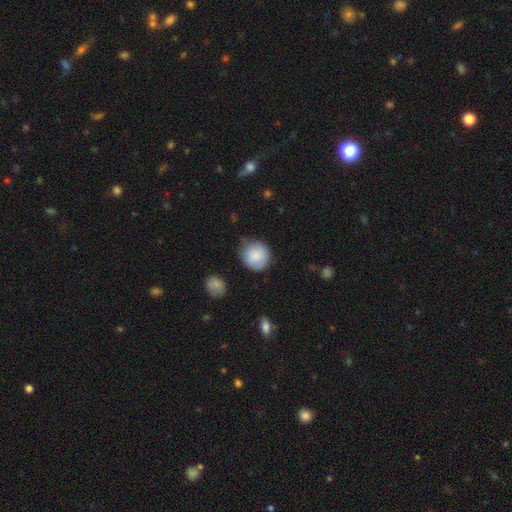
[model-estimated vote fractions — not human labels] A smooth galaxy with no disk features (86%) that is round (88%).

Vote fractions:
- Smooth or featured? smooth: 86% / star or artifact: 7% / featured or disk: 7%
- How rounded? round: 88% / in between: 11% / cigar-shaped: 1%
- Merging? none: 73% / minor disturbance: 21% / major disturbance: 4% / merger: 2%